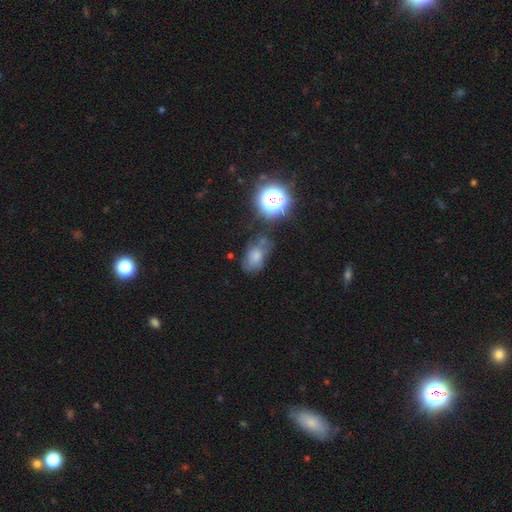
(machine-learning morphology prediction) smooth-or-featured: smooth: 57% | featured or disk: 23% | star or artifact: 20%
  how-rounded: in between: 77% | round: 22% | cigar-shaped: 2%
  merging: none: 47% | minor disturbance: 27% | major disturbance: 16% | merger: 10%